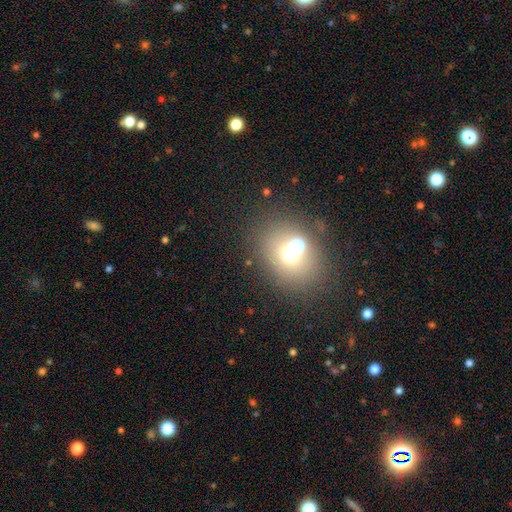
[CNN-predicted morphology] type=smooth (51%); roundness=round (56%); merging=none (54%).